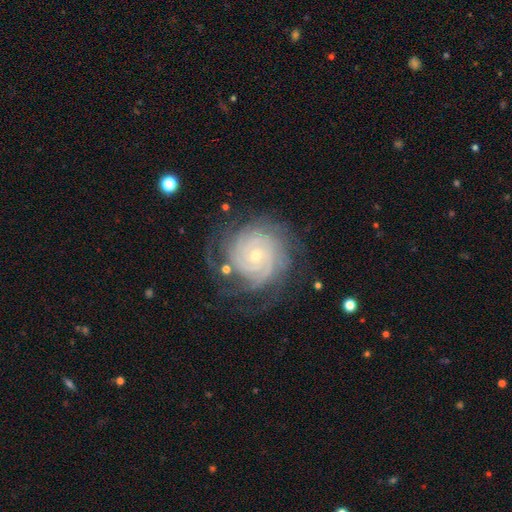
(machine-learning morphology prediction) Smooth or featured? Predicted: featured or disk (p=0.88). Edge-on disk? Predicted: no (p=0.98). Bar? Predicted: no (p=0.78). Spiral arms? Predicted: yes (p=0.98). Spiral winding? Predicted: tight (p=0.83). Spiral arm count? Predicted: can't tell (p=0.25, tied with 4). Bulge size? Predicted: small (p=0.71). Merging? Predicted: none (p=0.72).